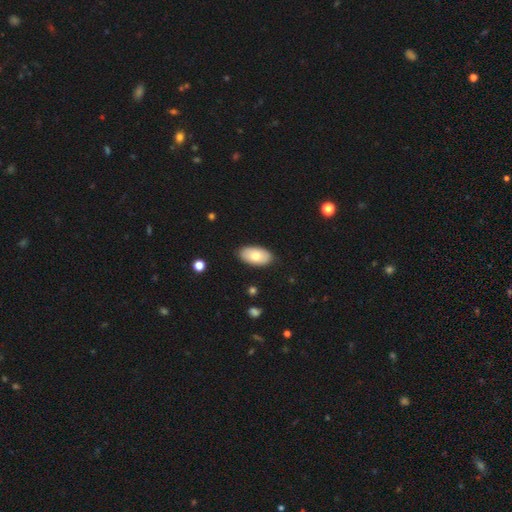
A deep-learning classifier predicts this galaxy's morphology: Smooth or featured? smooth (72%)
How rounded? in between (95%)
Merging? none (88%)